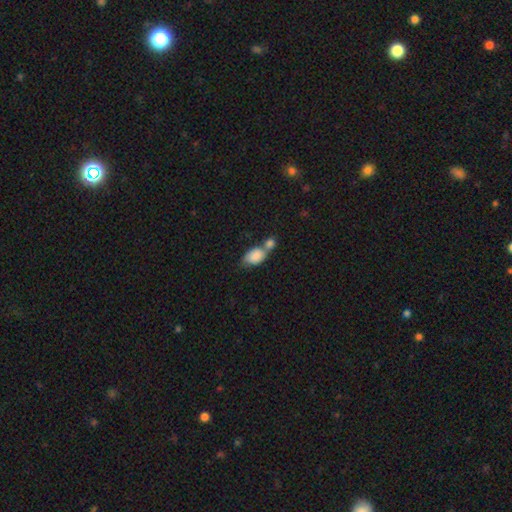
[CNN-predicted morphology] A smooth galaxy with no disk features (82%) that is in between round and cigar-shaped (83%). Merging: merger (61%).